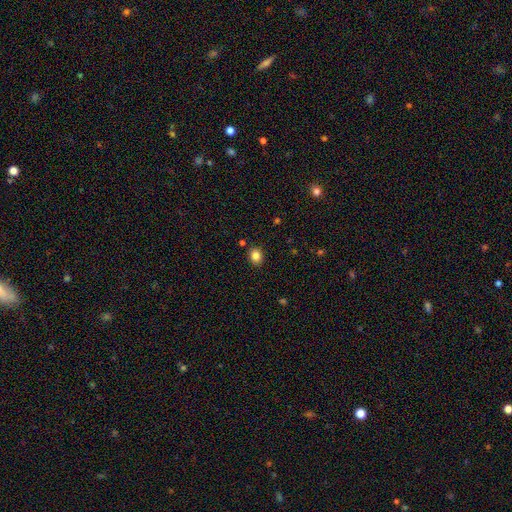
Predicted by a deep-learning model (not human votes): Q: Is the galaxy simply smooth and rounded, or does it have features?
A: smooth — 84%.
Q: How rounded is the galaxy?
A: round — 59%.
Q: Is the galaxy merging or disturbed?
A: none — 88%.